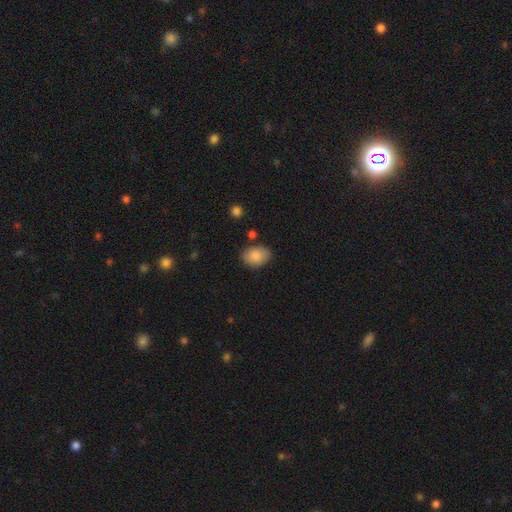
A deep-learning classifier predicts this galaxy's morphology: A smooth galaxy with no disk features (86%) that is in between round and cigar-shaped (76%). Merging: none (77%).